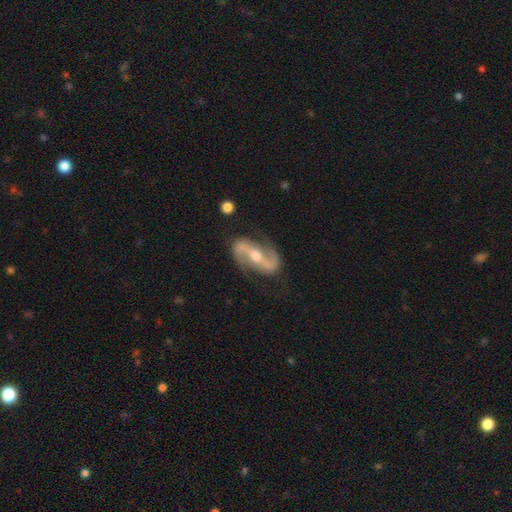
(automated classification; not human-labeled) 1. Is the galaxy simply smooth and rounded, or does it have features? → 90% featured or disk, 5% smooth, 5% star or artifact.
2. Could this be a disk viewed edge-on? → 96% no, 4% yes.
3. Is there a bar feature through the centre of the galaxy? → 47% strong, 31% weak, 21% no.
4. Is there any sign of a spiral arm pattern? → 97% yes, 3% no.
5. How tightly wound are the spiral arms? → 46% loose, 41% medium, 13% tight.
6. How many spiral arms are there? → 94% 2, 2% can't tell, 1% 1, 1% 3, 1% 4, 1% more than 4.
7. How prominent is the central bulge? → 62% moderate, 32% small, 3% large, 1% none, 1% dominant.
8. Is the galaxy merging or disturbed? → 81% none, 13% minor disturbance, 5% major disturbance, 2% merger.